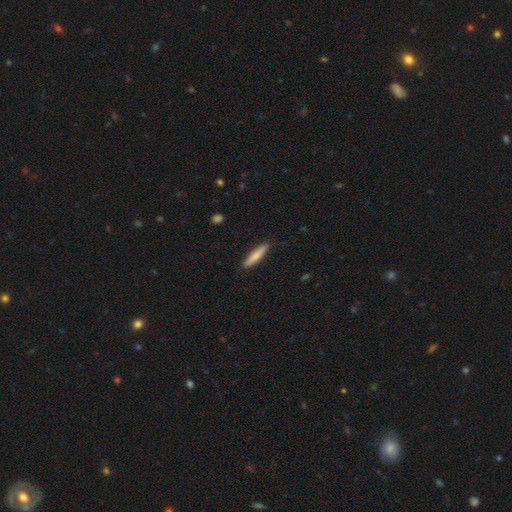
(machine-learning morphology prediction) smooth 77%, featured or disk 18%, star or artifact 5%. Down the decision tree: how rounded — cigar-shaped (90%); merging — none (90%).